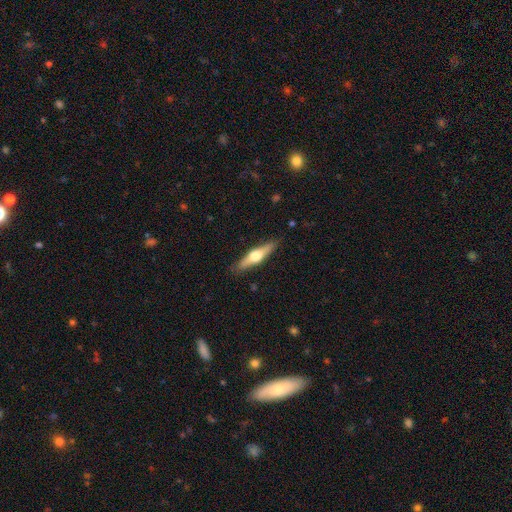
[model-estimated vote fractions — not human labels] featured or disk 57%, smooth 38%, star or artifact 5%. Down the decision tree: edge-on disk — yes (94%); edge-on bulge — rounded (95%); merging — none (88%).